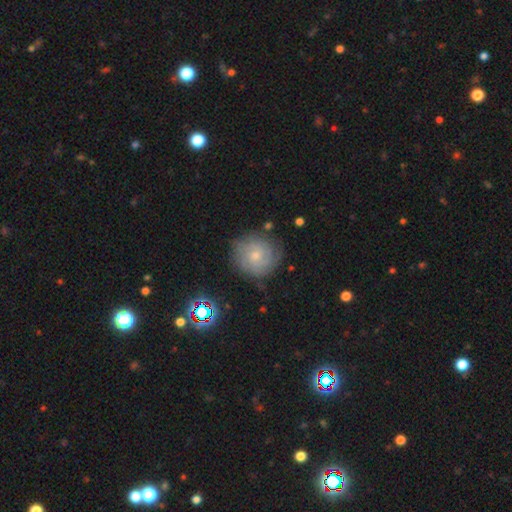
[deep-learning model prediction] The model was most divided on "spiral arm count": can't tell: 42%, 2: 25%, 3: 17%, 4: 7%, 1: 5%, more than 4: 5%. More confident: edge-on disk — no (97%); spiral arms — yes (90%); merging — none (76%); bar — no (73%); spiral winding — tight (71%); bulge size — small (63%); smooth or featured — featured or disk (62%).